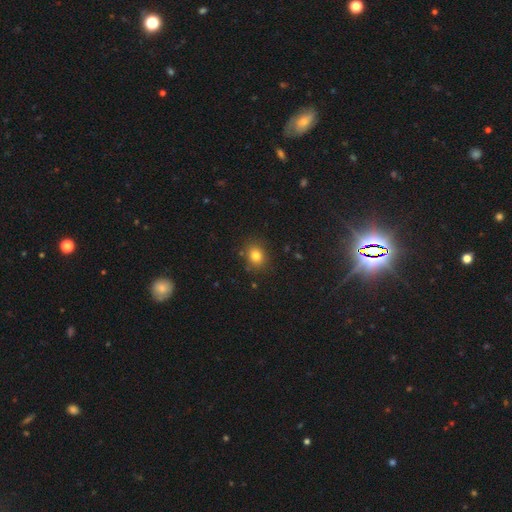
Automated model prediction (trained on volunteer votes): smooth-or-featured: smooth: 81% | star or artifact: 13% | featured or disk: 7%
  how-rounded: round: 64% | in between: 36% | cigar-shaped: 1%
  merging: none: 85% | minor disturbance: 10% | major disturbance: 3% | merger: 2%